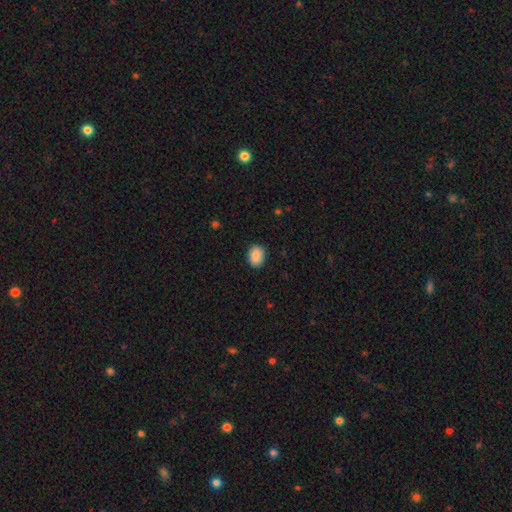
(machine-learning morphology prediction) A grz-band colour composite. It shows a smooth galaxy with no disk features (88%) that is in between round and cigar-shaped (61%). Merging: none (88%).